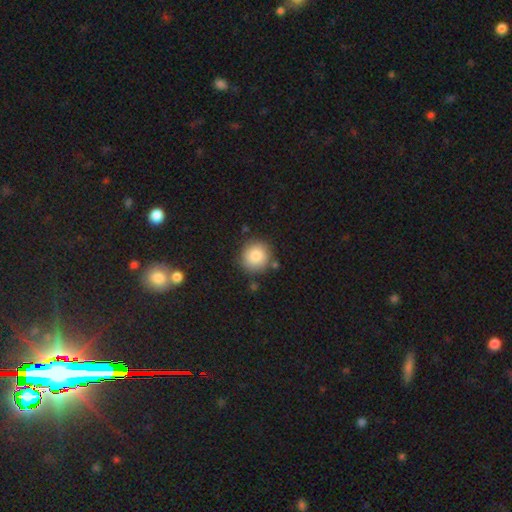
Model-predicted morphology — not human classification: Q: Smooth or featured?
A: smooth (84%); runner-up: star or artifact (8%)
Q: How rounded?
A: round (93%); runner-up: in between (6%)
Q: Merging?
A: none (82%); runner-up: minor disturbance (11%)